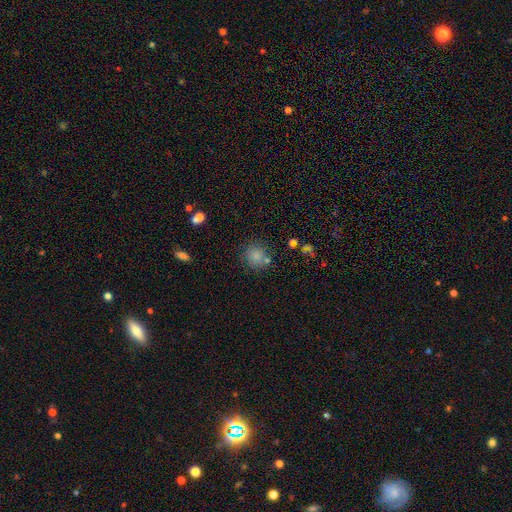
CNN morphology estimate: This is clearly a smooth galaxy (81%). How rounded: clearly round (88%). Merging: likely none (74%).